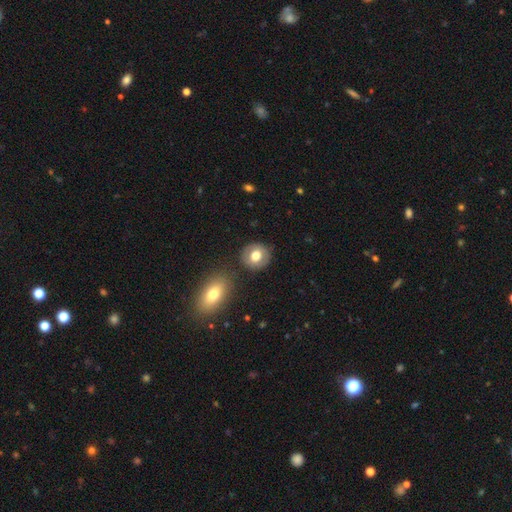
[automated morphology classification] Smooth or featured? Predicted: smooth (p=0.70). How rounded? Predicted: round (p=0.85). Merging? Predicted: none (p=0.85).